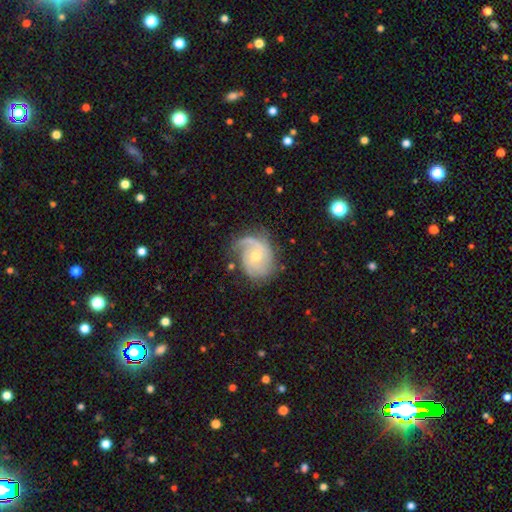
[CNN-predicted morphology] smooth_or_featured: featured or disk (p=0.80) [alt: smooth p=0.14]
disk_edge_on: no (p=0.97) [alt: yes p=0.03]
bar: no (p=0.72) [alt: weak p=0.24]
has_spiral_arms: yes (p=0.93) [alt: no p=0.07]
spiral_winding: medium (p=0.40) [alt: tight p=0.39]
spiral_arm_count: 2 (p=0.39) [alt: 1 p=0.34]
bulge_size: moderate (p=0.50) [alt: small p=0.46]
merging: none (p=0.59) [alt: minor disturbance p=0.25]